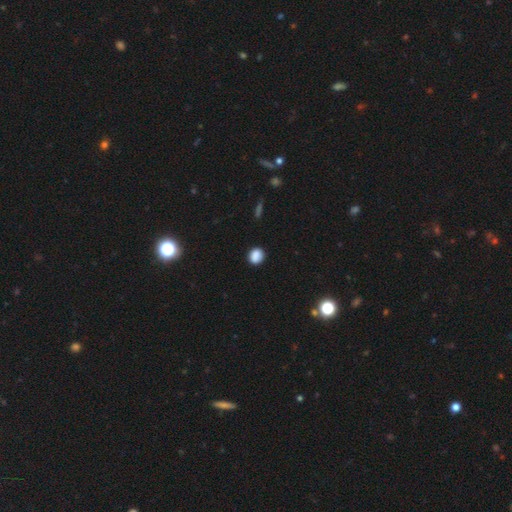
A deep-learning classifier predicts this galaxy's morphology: smooth 87%, star or artifact 9%, featured or disk 4%. Down the decision tree: how rounded — round (72%); merging — none (87%).